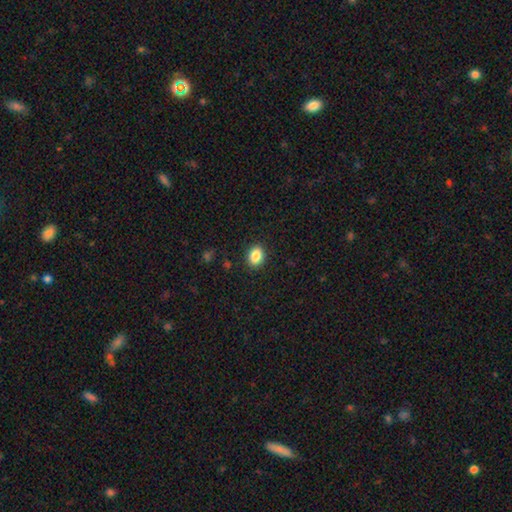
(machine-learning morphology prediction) smooth 86%, star or artifact 9%, featured or disk 5%. Down the decision tree: how rounded — in between (64%); merging — none (90%).